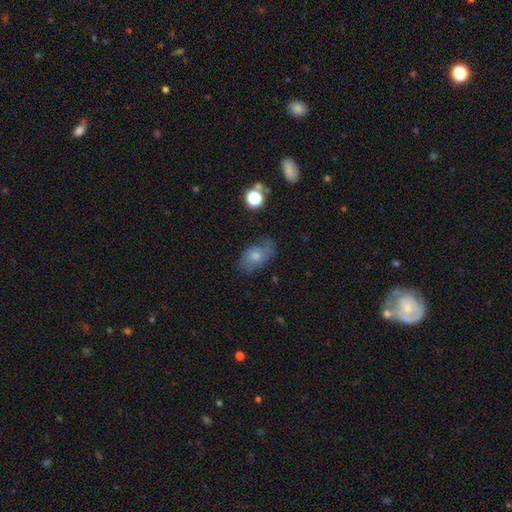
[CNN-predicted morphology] This is likely a smooth galaxy (64%). How rounded: clearly in between (86%). Merging: possibly none (59%).